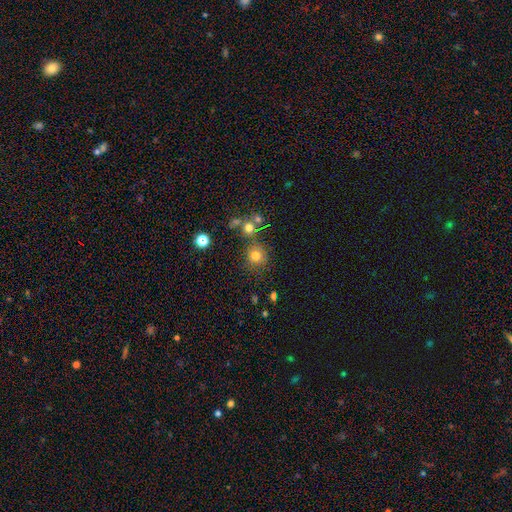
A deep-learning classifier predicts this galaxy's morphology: Smooth or featured? smooth (74%)
How rounded? round (89%)
Merging? none (75%)